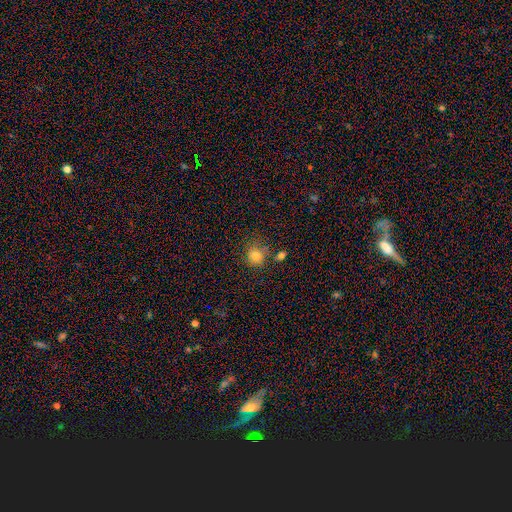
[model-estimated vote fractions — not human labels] smooth 80%, star or artifact 13%, featured or disk 8%. Down the decision tree: how rounded — round (79%); merging — none (67%).